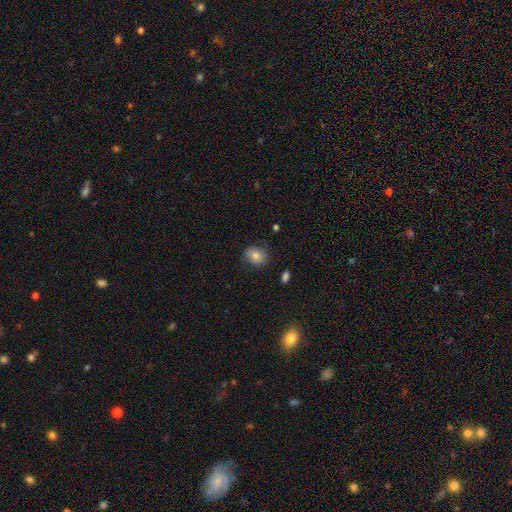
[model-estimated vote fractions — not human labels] Smooth or featured? Predicted: smooth (p=0.74). How rounded? Predicted: round (p=0.62). Merging? Predicted: none (p=0.74).